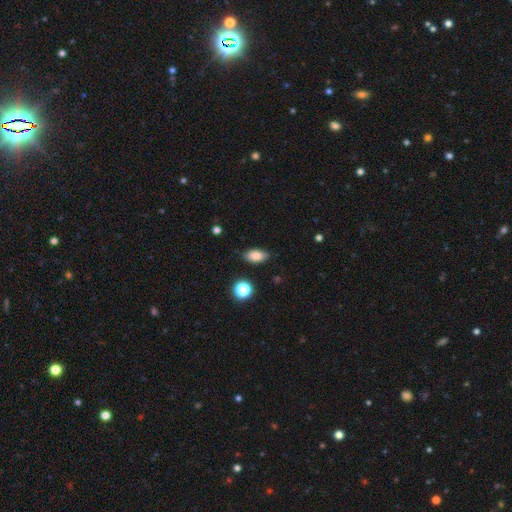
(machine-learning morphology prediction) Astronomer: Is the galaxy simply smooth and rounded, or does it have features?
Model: smooth — 82%.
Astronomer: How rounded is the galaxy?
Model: in between — 88%.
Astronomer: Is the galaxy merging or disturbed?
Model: none — 84%.